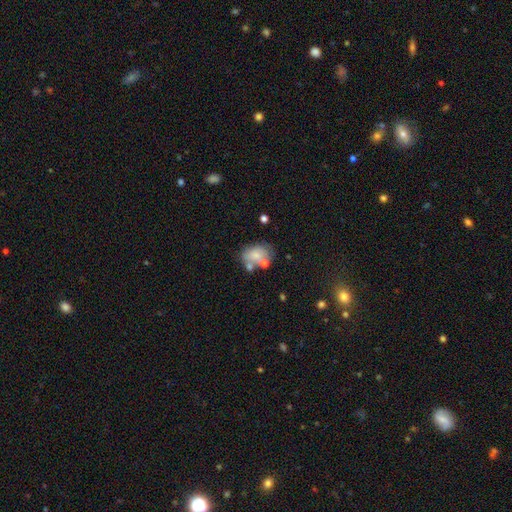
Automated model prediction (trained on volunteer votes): Smooth or featured? Predicted: smooth (p=0.67). How rounded? Predicted: in between (p=0.78). Merging? Predicted: none (p=0.41).